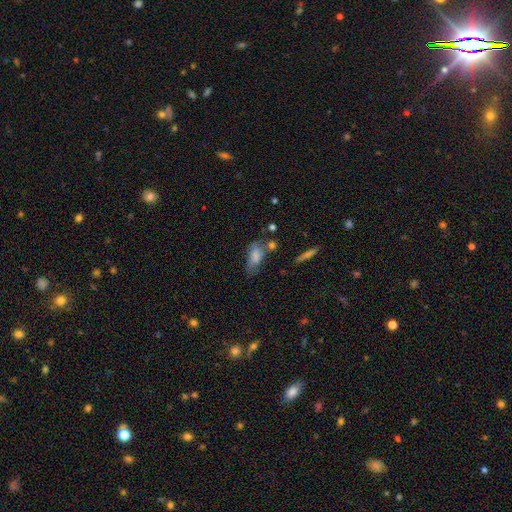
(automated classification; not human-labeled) Q: Smooth or featured?
A: smooth (73%); runner-up: featured or disk (18%)
Q: How rounded?
A: in between (82%); runner-up: cigar-shaped (13%)
Q: Merging?
A: none (39%); runner-up: minor disturbance (31%)